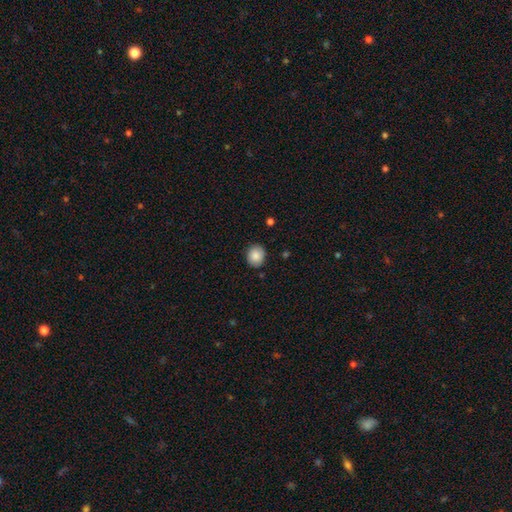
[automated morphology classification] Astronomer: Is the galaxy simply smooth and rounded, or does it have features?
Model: smooth — 87%.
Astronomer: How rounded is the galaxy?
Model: round — 74%.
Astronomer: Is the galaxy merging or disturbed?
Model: none — 88%.